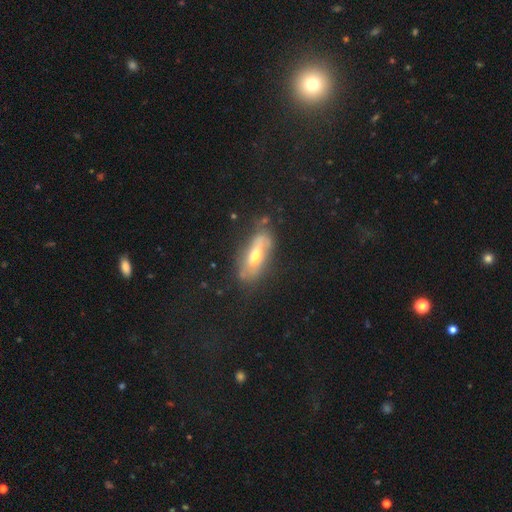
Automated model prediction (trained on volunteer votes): featured or disk 48%, smooth 44%, star or artifact 8%. Down the decision tree: merging — none (62%).